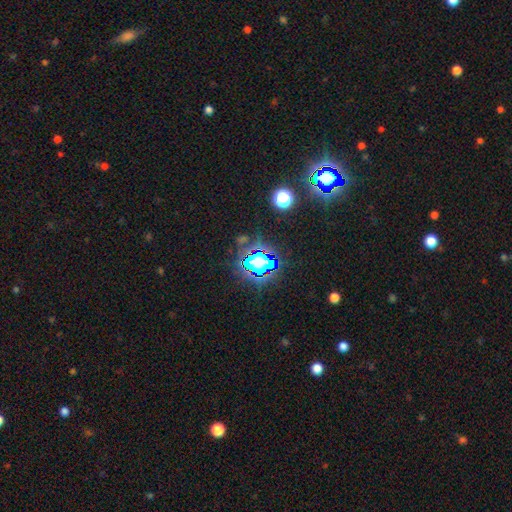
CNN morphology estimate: Q: Smooth or featured?
A: star or artifact (76%); runner-up: smooth (16%)